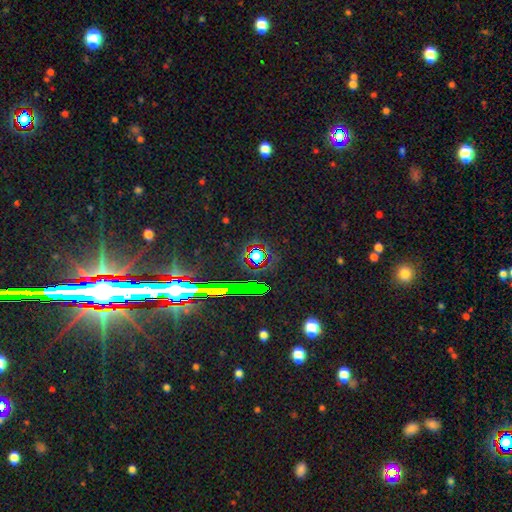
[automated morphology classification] smooth_or_featured: star or artifact (p=0.69) [alt: smooth p=0.19]